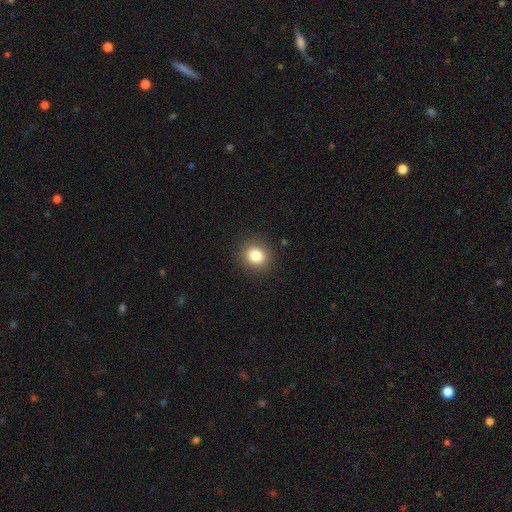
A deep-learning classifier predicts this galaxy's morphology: This is clearly a smooth galaxy (82%). How rounded: likely round (78%). Merging: clearly none (90%).